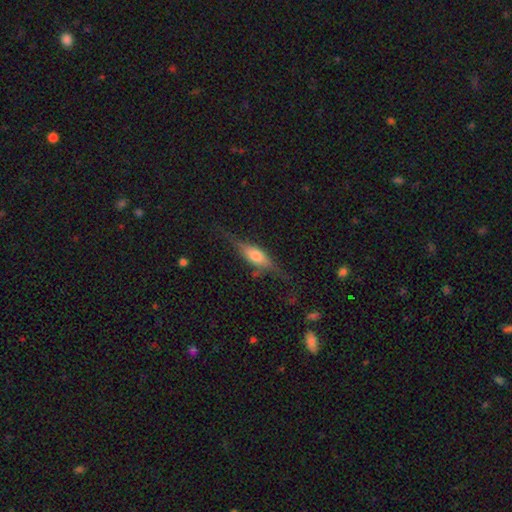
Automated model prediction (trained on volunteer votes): Morphology: type=featured or disk (52%); edge-on=yes (88%); merging=none (63%).